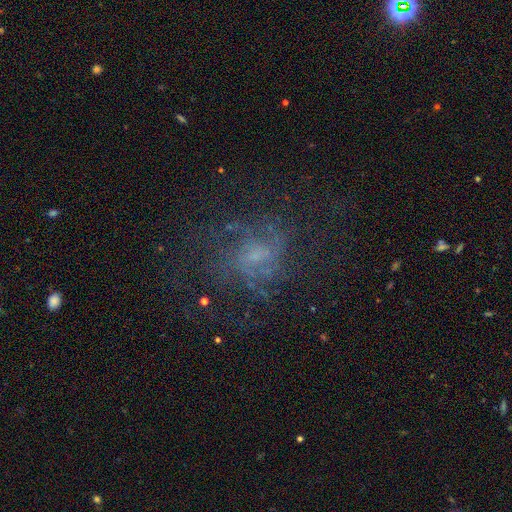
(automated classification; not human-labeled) Q: Smooth or featured?
A: featured or disk (63%); runner-up: star or artifact (19%)
Q: Edge-on disk?
A: no (97%); runner-up: yes (3%)
Q: Bar?
A: no (63%); runner-up: weak (32%)
Q: Spiral arms?
A: yes (75%); runner-up: no (25%)
Q: Bulge size?
A: small (51%); runner-up: none (23%)
Q: Merging?
A: none (61%); runner-up: major disturbance (21%)